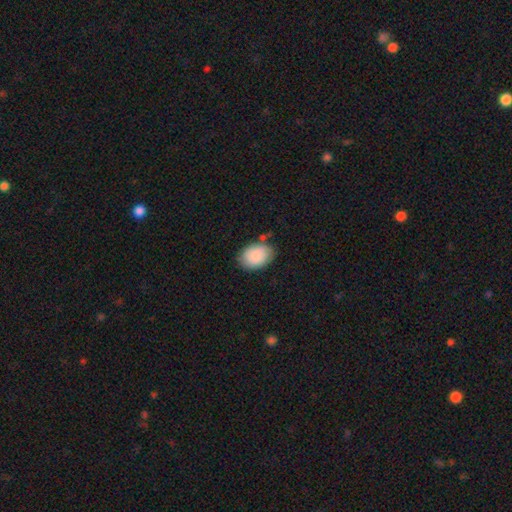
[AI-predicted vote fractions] smooth 89%, star or artifact 6%, featured or disk 5%. Down the decision tree: how rounded — in between (80%); merging — none (74%).